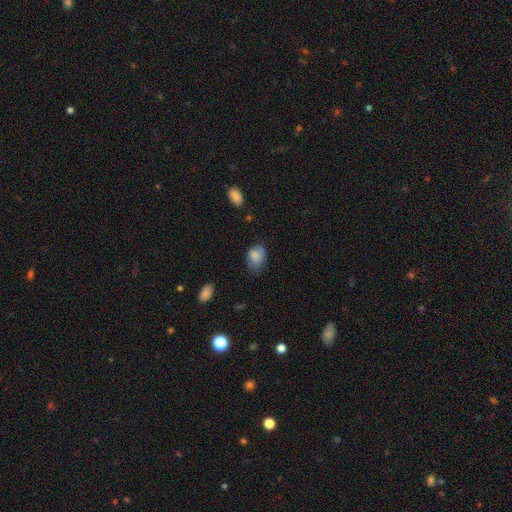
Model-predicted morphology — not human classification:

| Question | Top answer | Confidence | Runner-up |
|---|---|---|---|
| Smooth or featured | smooth | 81% | featured or disk (10%) |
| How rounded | in between | 79% | round (20%) |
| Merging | none | 51% | minor disturbance (35%) |